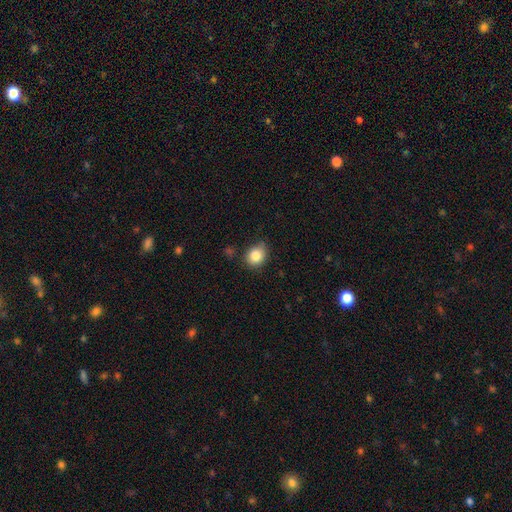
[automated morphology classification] The model was most divided on "how rounded": round: 64%, in between: 35%, cigar-shaped: 1%. More confident: smooth or featured — smooth (84%); merging — none (72%).